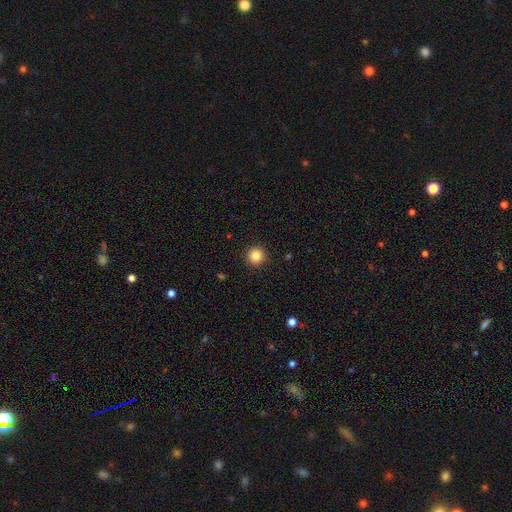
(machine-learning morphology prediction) Q: Smooth or featured?
A: smooth (84%); runner-up: star or artifact (11%)
Q: How rounded?
A: round (96%); runner-up: in between (3%)
Q: Merging?
A: none (93%); runner-up: minor disturbance (5%)